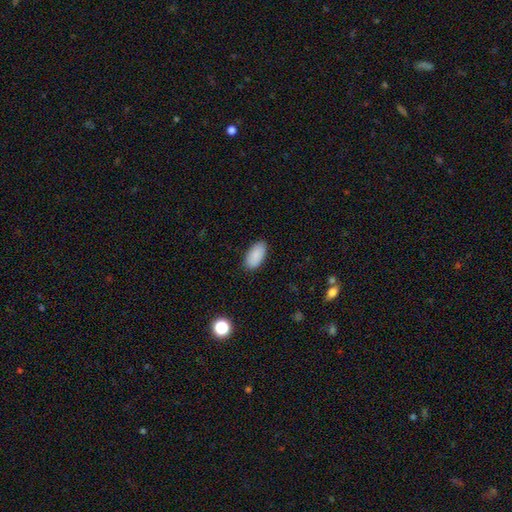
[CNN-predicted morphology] Smooth or featured? smooth (88%)
How rounded? in between (95%)
Merging? none (85%)